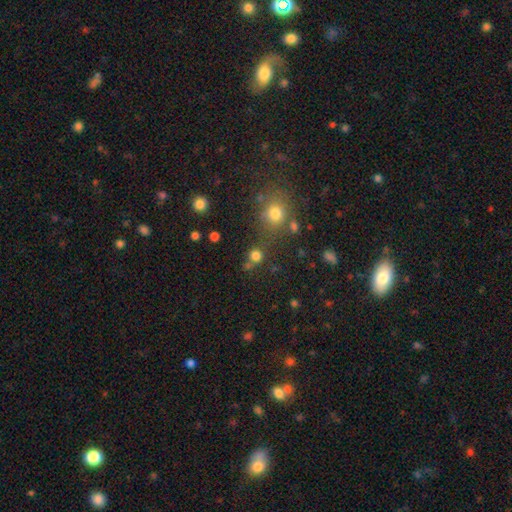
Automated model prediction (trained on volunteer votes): Overall: smooth (76%). How rounded: round (89%). Merging: none (70%).